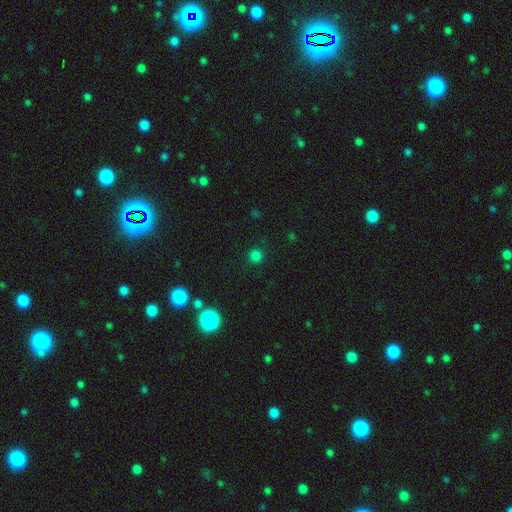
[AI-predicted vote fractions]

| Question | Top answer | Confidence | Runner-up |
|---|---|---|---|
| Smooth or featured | smooth | 77% | star or artifact (19%) |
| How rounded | round | 94% | in between (5%) |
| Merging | none | 89% | minor disturbance (7%) |